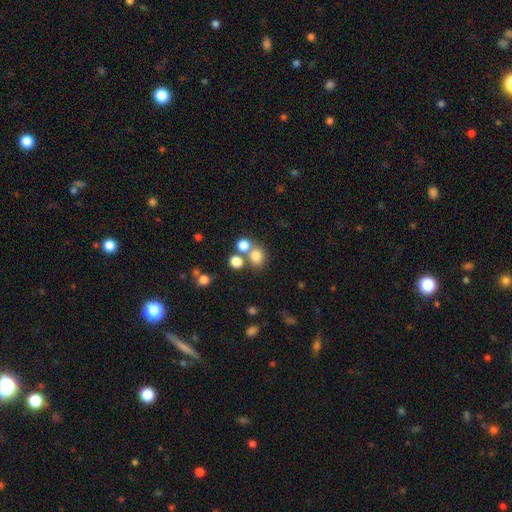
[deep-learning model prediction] Smooth or featured?
  - smooth: 76% *
  - star or artifact: 15%
  - featured or disk: 9%
How rounded?
  - round: 80% *
  - in between: 19%
  - cigar-shaped: 1%
Merging?
  - none: 57% *
  - merger: 31%
  - minor disturbance: 8%
  - major disturbance: 4%